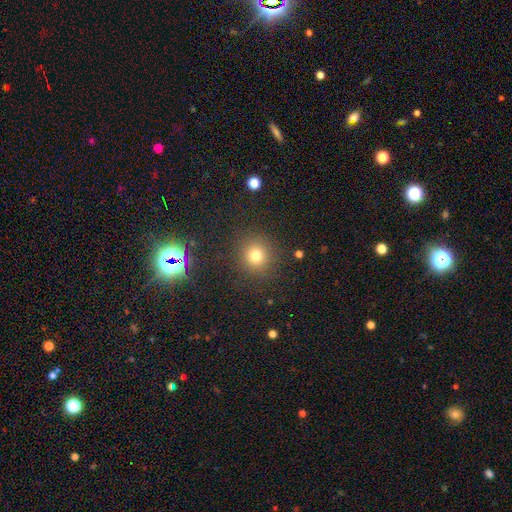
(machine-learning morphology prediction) smooth_or_featured: smooth (p=0.74) [alt: star or artifact p=0.19]
how_rounded: round (p=0.92) [alt: in between p=0.07]
merging: none (p=0.89) [alt: minor disturbance p=0.07]